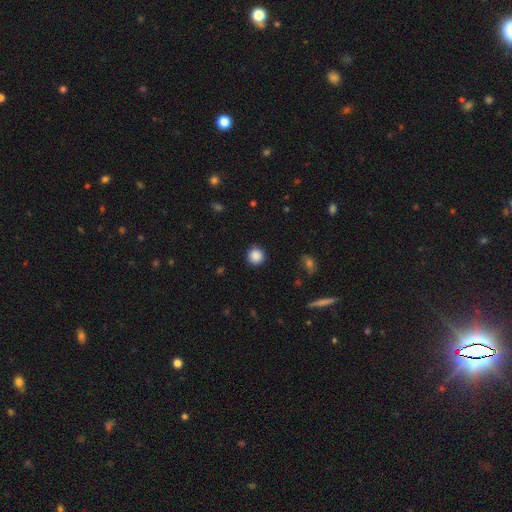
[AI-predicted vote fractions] The model was most divided on "smooth or featured": smooth: 87%, star or artifact: 9%, featured or disk: 3%. More confident: how rounded — round (95%); merging — none (90%).